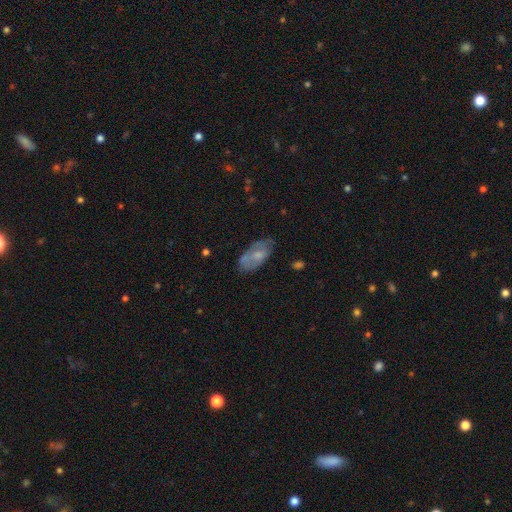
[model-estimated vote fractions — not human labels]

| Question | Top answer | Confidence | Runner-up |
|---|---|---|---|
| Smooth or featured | smooth | 56% | featured or disk (37%) |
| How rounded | in between | 90% | cigar-shaped (6%) |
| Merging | none | 62% | minor disturbance (26%) |